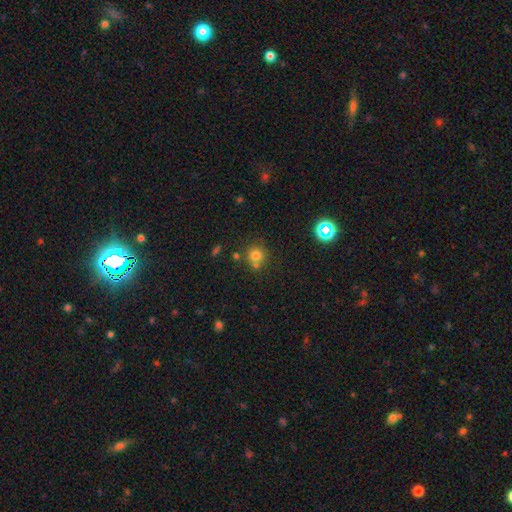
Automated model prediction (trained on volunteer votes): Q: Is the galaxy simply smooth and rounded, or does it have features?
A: smooth — 74%.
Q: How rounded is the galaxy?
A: round — 90%.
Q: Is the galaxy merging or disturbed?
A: none — 63%.